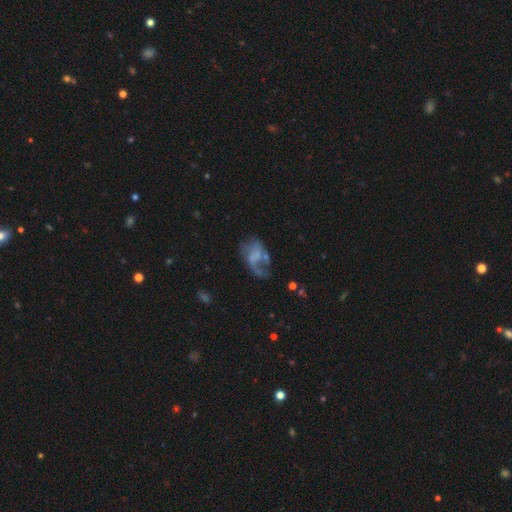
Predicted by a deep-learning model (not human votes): Smooth or featured: featured or disk — 60% (smooth — 29%)
Edge-on disk: no — 97% (yes — 3%)
Bar: no — 63% (weak — 30%)
Spiral arms: yes — 59% (no — 41%)
Bulge size: none — 55% (small — 24%)
Merging: major disturbance — 38% (none — 32%)